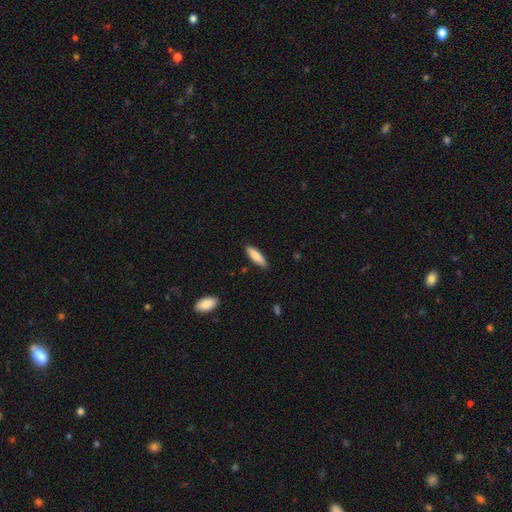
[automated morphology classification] Overall: smooth (83%). How rounded: cigar-shaped (58%; in between 40%). Merging: none (86%).